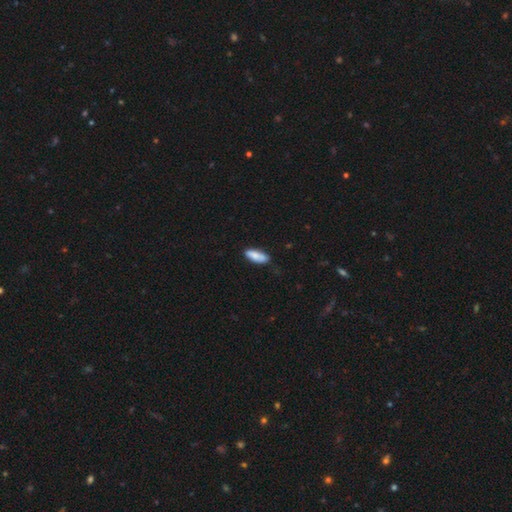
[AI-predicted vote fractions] This appears to be a smooth galaxy with no disk features (81%) that is in between round and cigar-shaped (70%). Merging: none (78%).